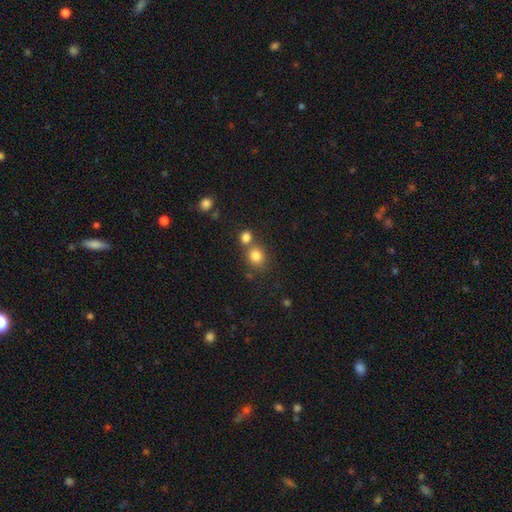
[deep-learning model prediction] The model was most divided on "merging": none: 57%, merger: 31%, minor disturbance: 9%, major disturbance: 3%. More confident: smooth or featured — smooth (81%); how rounded — round (77%).